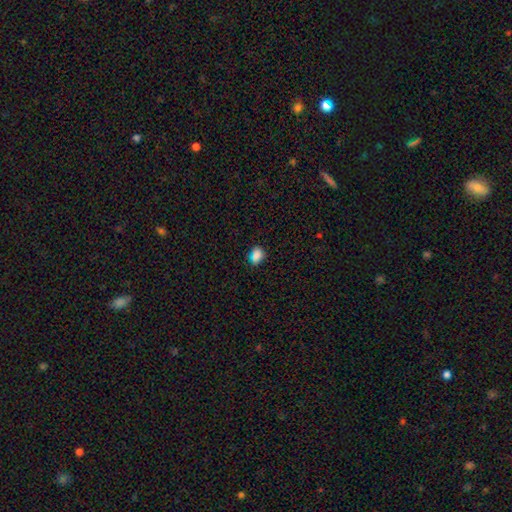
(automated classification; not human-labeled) smooth 79%, star or artifact 16%, featured or disk 5%. Down the decision tree: how rounded — in between (71%); merging — none (75%).